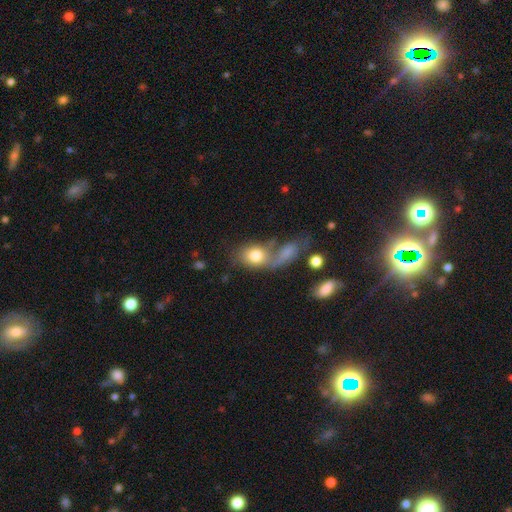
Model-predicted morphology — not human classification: Smooth or featured: smooth — 76% (featured or disk — 16%)
How rounded: in between — 68% (round — 30%)
Merging: merger — 41% (none — 31%)